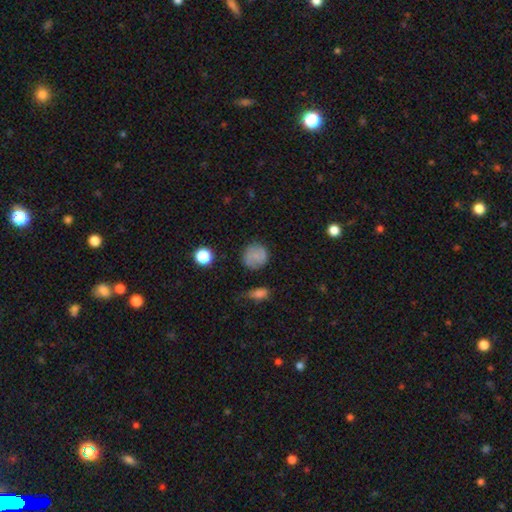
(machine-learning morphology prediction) Q: Smooth or featured?
A: smooth (73%); runner-up: featured or disk (15%)
Q: How rounded?
A: round (87%); runner-up: in between (12%)
Q: Merging?
A: none (75%); runner-up: minor disturbance (17%)